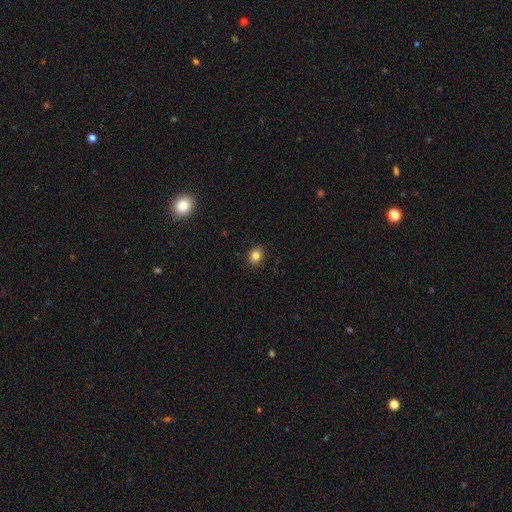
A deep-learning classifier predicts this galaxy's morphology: smooth 83%, star or artifact 11%, featured or disk 6%. Down the decision tree: how rounded — in between (51%); merging — none (89%).